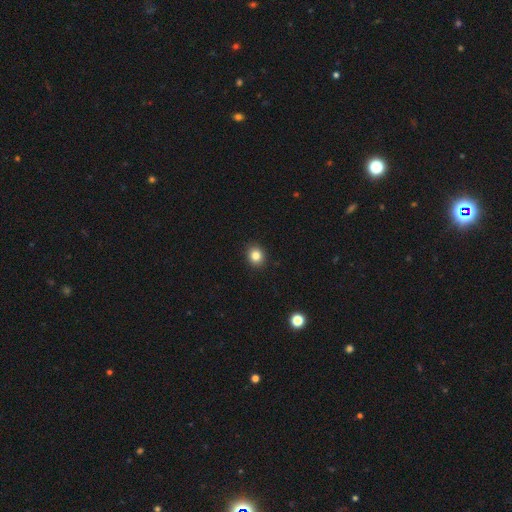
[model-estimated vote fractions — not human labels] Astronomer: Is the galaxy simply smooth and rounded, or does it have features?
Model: smooth — 84%.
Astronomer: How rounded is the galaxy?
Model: round — 70%.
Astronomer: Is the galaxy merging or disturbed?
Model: none — 91%.